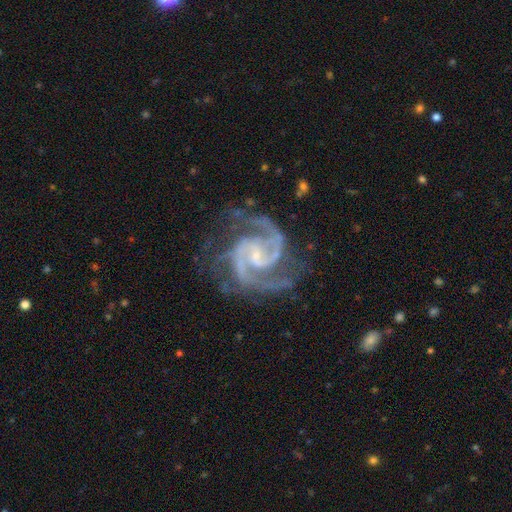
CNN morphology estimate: This appears to be a featured or disk galaxy (94%) with a weak bar (45%), 2 (68%) medium (58%) spiral arms (99%) and a small central bulge (77%). Merging: none (69%).